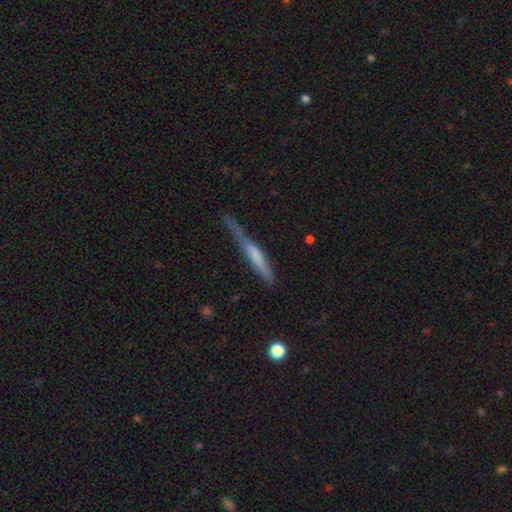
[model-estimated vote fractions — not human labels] smooth-or-featured: smooth: 53% | featured or disk: 41% | star or artifact: 7%
  how-rounded: cigar-shaped: 94% | in between: 5% | round: 2%
  merging: none: 44% | minor disturbance: 33% | major disturbance: 18% | merger: 5%